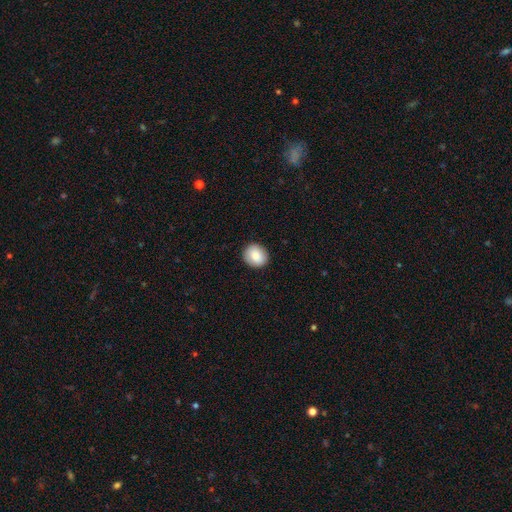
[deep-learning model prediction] Smooth or featured? Predicted: smooth (p=0.86). How rounded? Predicted: round (p=0.75). Merging? Predicted: none (p=0.90).